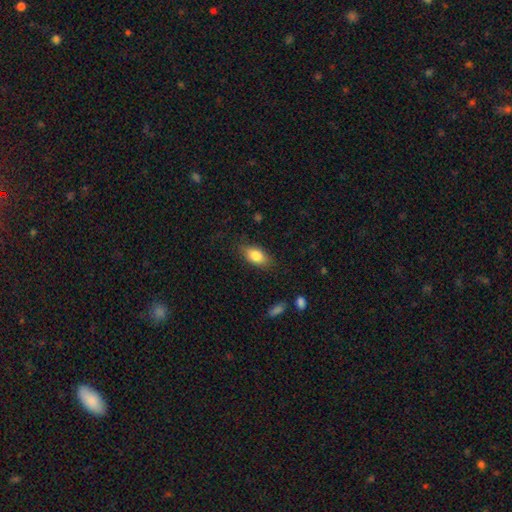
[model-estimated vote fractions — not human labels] smooth 82%, featured or disk 11%, star or artifact 7%. Down the decision tree: how rounded — in between (88%); merging — none (82%).